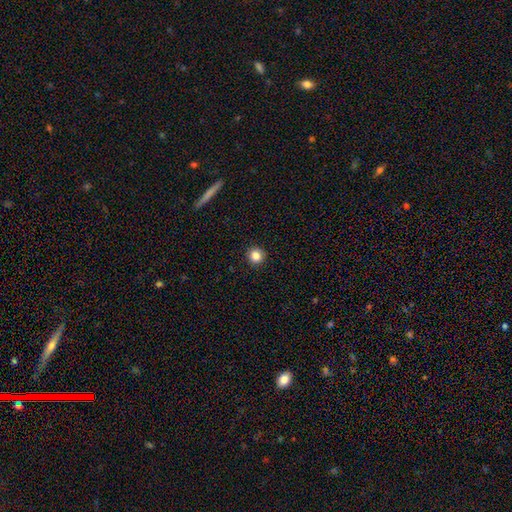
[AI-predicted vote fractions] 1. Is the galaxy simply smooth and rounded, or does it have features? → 85% smooth, 10% star or artifact, 5% featured or disk.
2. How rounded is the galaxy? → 95% round, 4% in between, 1% cigar-shaped.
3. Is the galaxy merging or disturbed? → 93% none, 4% minor disturbance, 2% major disturbance, 1% merger.